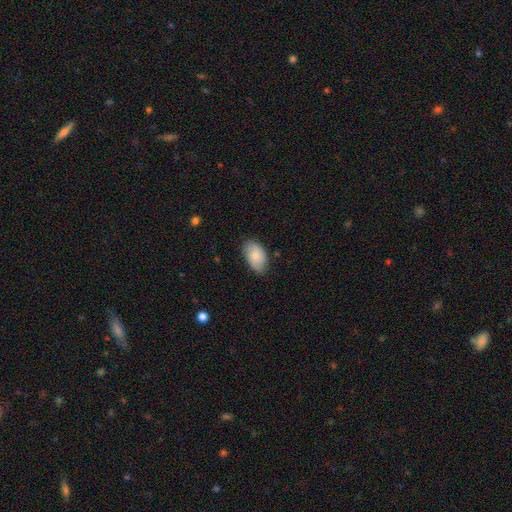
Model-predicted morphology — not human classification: Smooth or featured: smooth — 76% (featured or disk — 18%)
How rounded: in between — 93% (round — 5%)
Merging: none — 78% (minor disturbance — 18%)